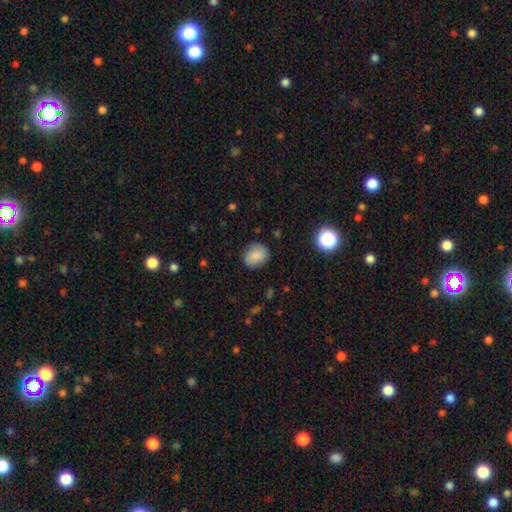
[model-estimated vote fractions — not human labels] Q: Smooth or featured?
A: smooth (83%); runner-up: star or artifact (9%)
Q: How rounded?
A: round (71%); runner-up: in between (28%)
Q: Merging?
A: none (81%); runner-up: minor disturbance (14%)